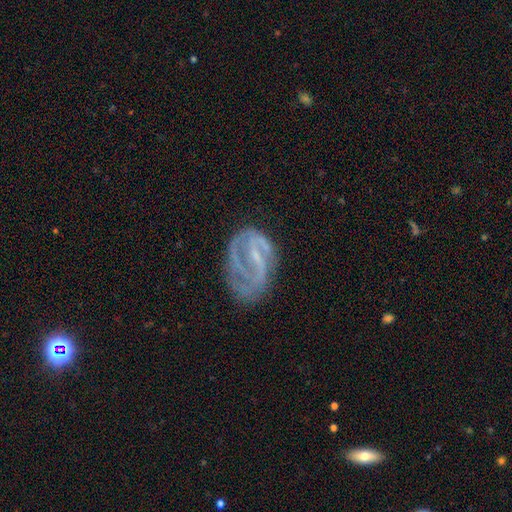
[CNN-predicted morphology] Smooth or featured: featured or disk — 79% (smooth — 13%)
Edge-on disk: no — 96% (yes — 4%)
Bar: weak — 43% (strong — 35%)
Spiral arms: yes — 85% (no — 15%)
Spiral winding: medium — 42% (tight — 34%)
Spiral arm count: 2 — 60% (can't tell — 16%)
Bulge size: small — 61% (none — 25%)
Merging: none — 55% (minor disturbance — 22%)